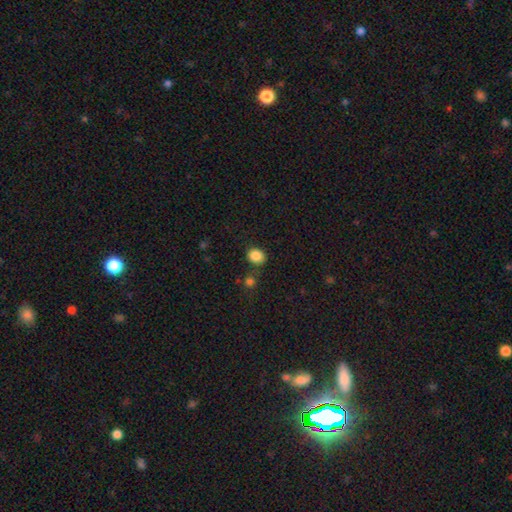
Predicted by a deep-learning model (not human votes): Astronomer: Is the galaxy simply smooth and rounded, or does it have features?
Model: smooth — 86%.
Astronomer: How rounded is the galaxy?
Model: round — 65%.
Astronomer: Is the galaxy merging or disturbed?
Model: none — 77%.